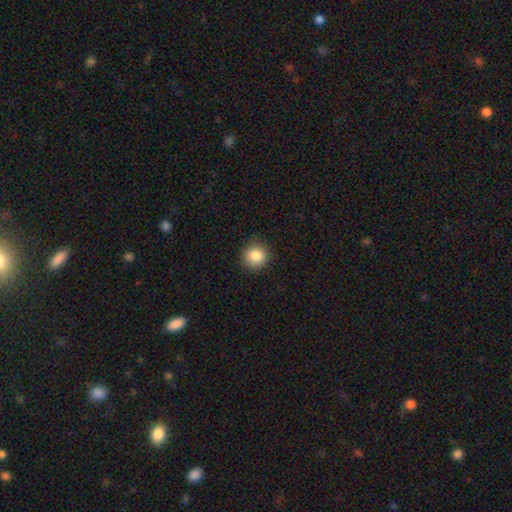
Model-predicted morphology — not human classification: smooth_or_featured: smooth (p=0.86) [alt: star or artifact p=0.10]
how_rounded: round (p=0.92) [alt: in between p=0.07]
merging: none (p=0.90) [alt: minor disturbance p=0.07]